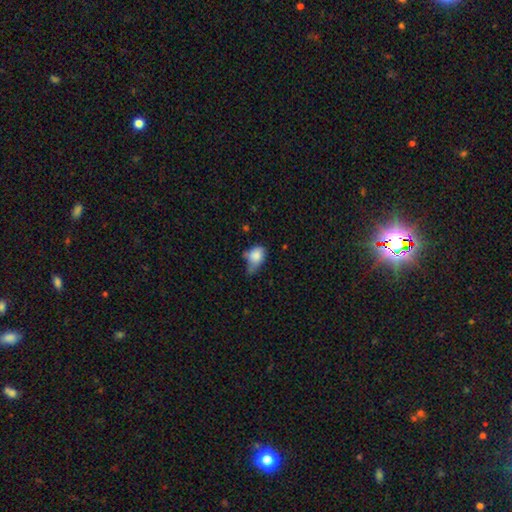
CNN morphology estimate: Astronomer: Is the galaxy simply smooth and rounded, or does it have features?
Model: smooth — 80%.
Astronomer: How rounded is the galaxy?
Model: in between — 72%.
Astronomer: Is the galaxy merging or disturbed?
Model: minor disturbance — 41% (runner-up: none, 25%).